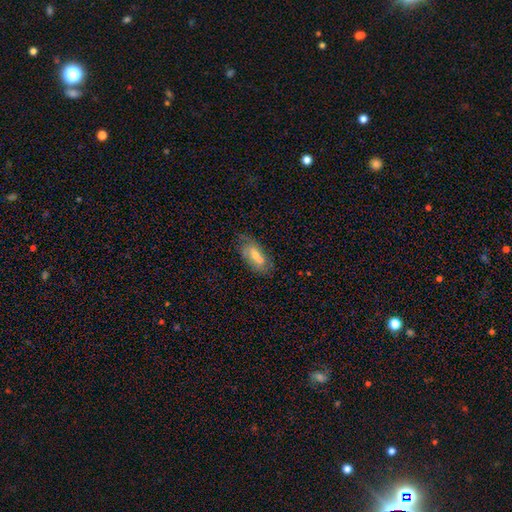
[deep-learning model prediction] Smooth or featured? Predicted: smooth (p=0.58). How rounded? Predicted: in between (p=0.84). Merging? Predicted: none (p=0.52).